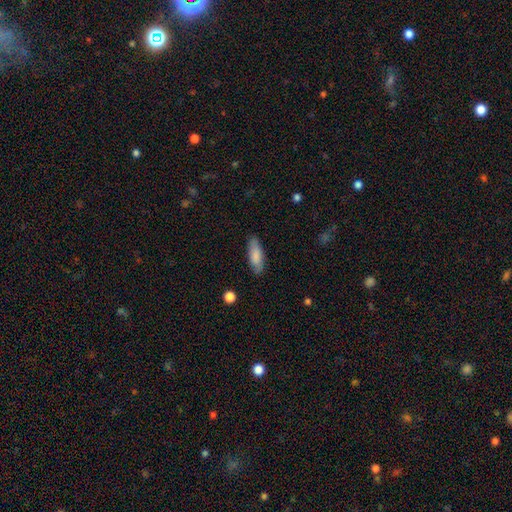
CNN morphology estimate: smooth_or_featured: smooth (p=0.82) [alt: featured or disk p=0.11]
how_rounded: in between (p=0.65) [alt: cigar-shaped p=0.33]
merging: none (p=0.83) [alt: minor disturbance p=0.13]